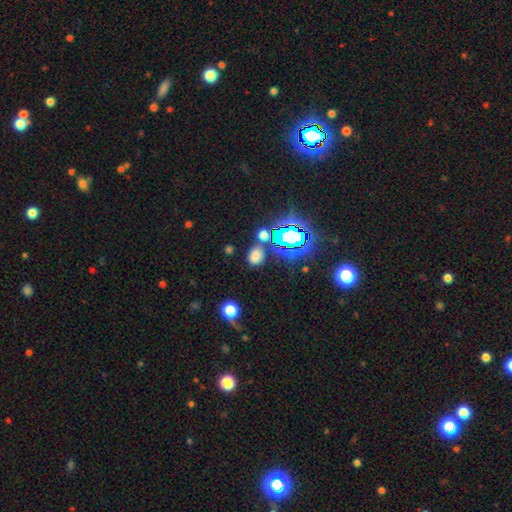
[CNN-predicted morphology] The model was most divided on "how rounded": in between: 65%, round: 34%, cigar-shaped: 2%. More confident: merging — none (76%); smooth or featured — smooth (65%).